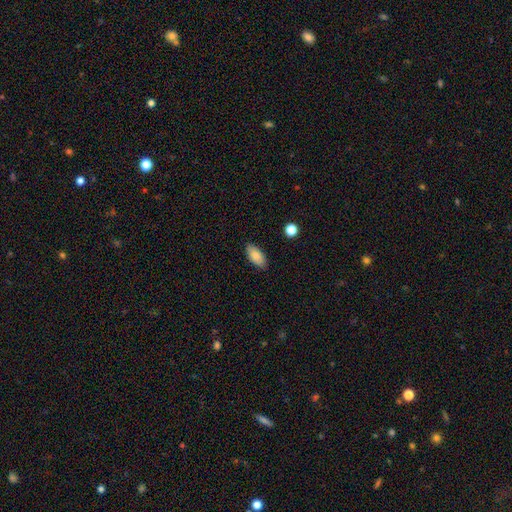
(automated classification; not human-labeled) Q: Smooth or featured?
A: smooth (84%); runner-up: featured or disk (8%)
Q: How rounded?
A: in between (89%); runner-up: cigar-shaped (8%)
Q: Merging?
A: none (86%); runner-up: minor disturbance (11%)